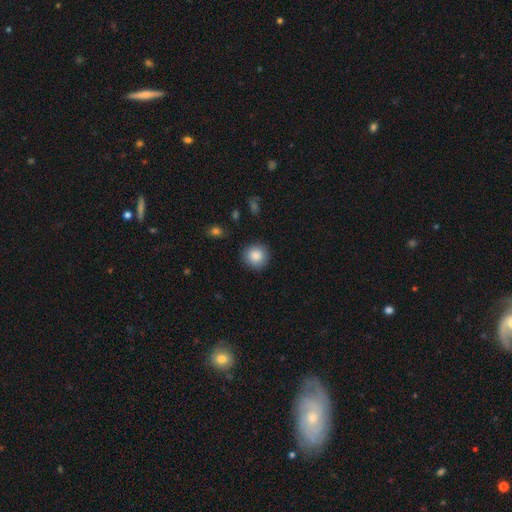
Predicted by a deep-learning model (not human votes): Smooth or featured: smooth — 87% (star or artifact — 8%)
How rounded: round — 92% (in between — 7%)
Merging: none — 89% (minor disturbance — 8%)